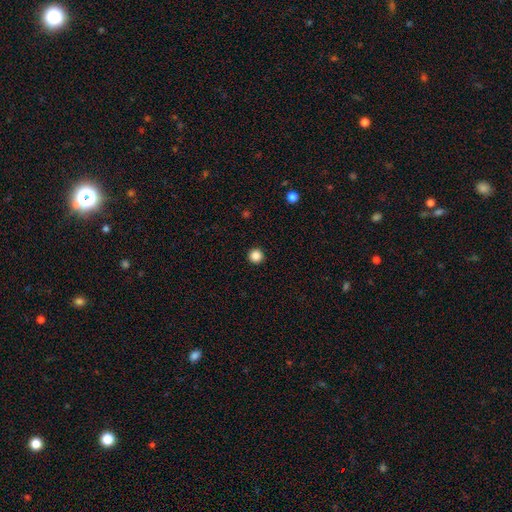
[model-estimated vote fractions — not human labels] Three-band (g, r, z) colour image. It shows a smooth galaxy with no disk features (86%) that is round (97%). Merging: none (94%).